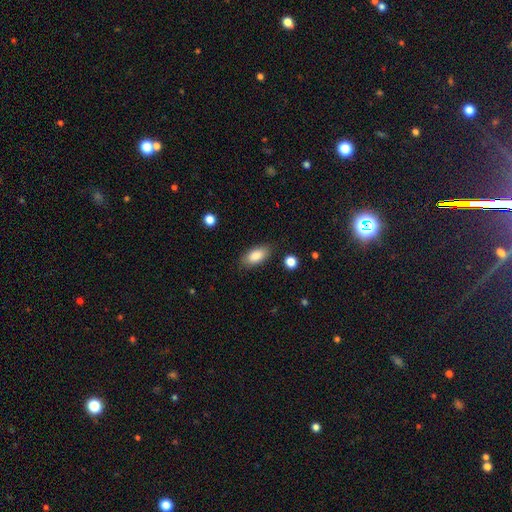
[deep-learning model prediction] smooth 86%, featured or disk 7%, star or artifact 7%. Down the decision tree: how rounded — in between (89%); merging — none (84%).